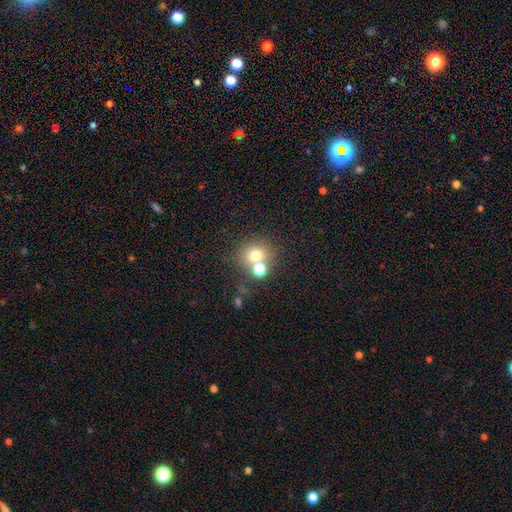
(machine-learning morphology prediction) Smooth or featured? smooth (71%)
How rounded? round (80%)
Merging? none (53%)